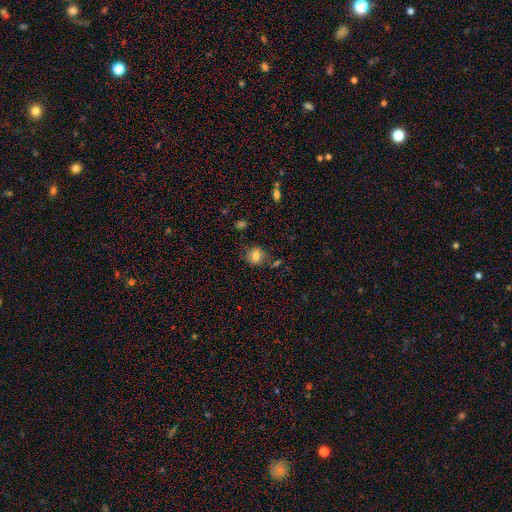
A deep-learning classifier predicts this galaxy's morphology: Overall: smooth (77%). How rounded: round (79%). Merging: none (74%).